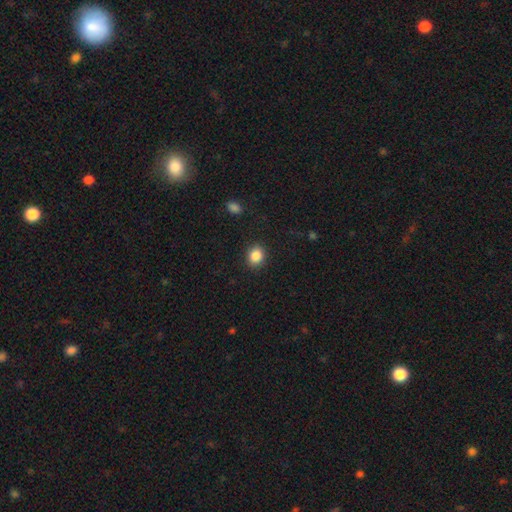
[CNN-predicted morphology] Q: Smooth or featured?
A: smooth (87%); runner-up: star or artifact (9%)
Q: How rounded?
A: round (67%); runner-up: in between (32%)
Q: Merging?
A: none (89%); runner-up: minor disturbance (7%)